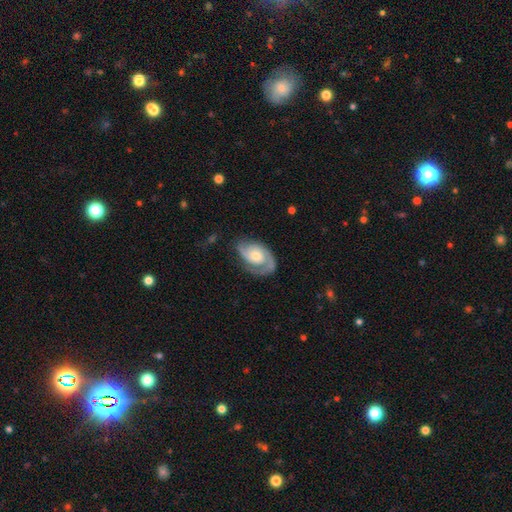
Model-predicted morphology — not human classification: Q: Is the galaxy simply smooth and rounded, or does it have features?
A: featured or disk — 85%.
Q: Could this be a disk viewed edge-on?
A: no — 97%.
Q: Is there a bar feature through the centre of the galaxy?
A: no — 70%.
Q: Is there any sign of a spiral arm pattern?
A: yes — 96%.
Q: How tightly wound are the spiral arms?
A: tight — 46%.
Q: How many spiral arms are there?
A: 2 — 78%.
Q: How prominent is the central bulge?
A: moderate — 55%.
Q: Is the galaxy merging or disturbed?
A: none — 72%.